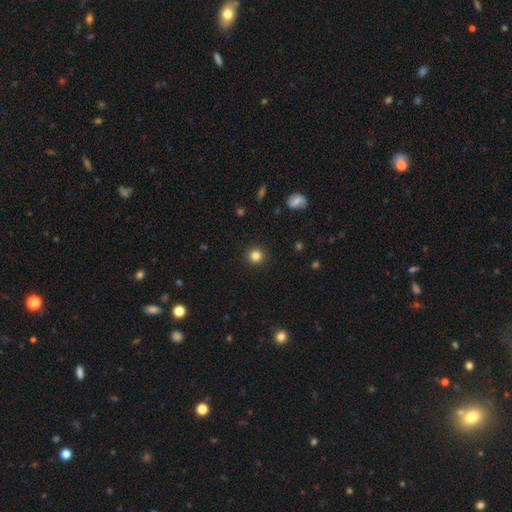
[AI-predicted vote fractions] A smooth galaxy with no disk features (82%) that is round (95%). Merging: none (93%).